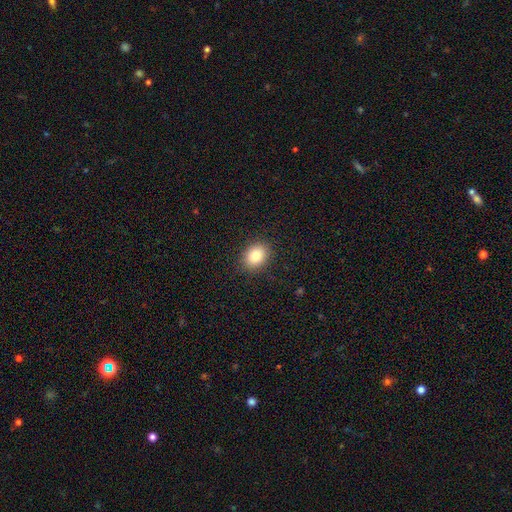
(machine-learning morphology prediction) Smooth or featured? Predicted: smooth (p=0.82). How rounded? Predicted: in between (p=0.53). Merging? Predicted: none (p=0.88).